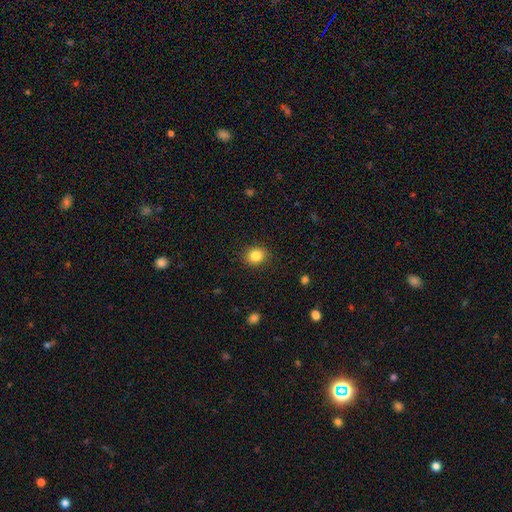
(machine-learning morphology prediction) type=smooth (85%); roundness=round (69%); merging=none (89%).